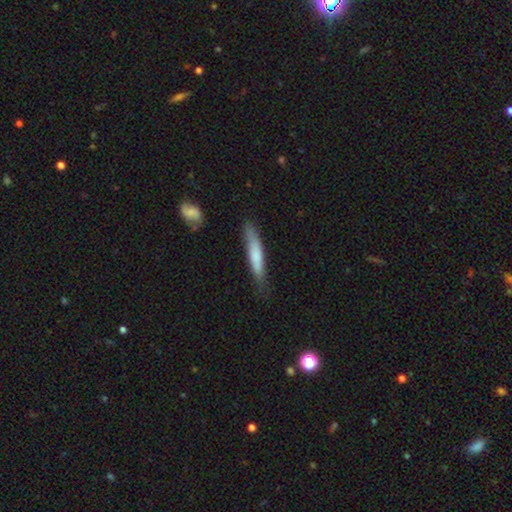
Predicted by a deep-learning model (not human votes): smooth-or-featured: smooth: 72% | featured or disk: 22% | star or artifact: 6%
  how-rounded: cigar-shaped: 89% | in between: 10% | round: 1%
  merging: none: 72% | minor disturbance: 21% | major disturbance: 5% | merger: 2%